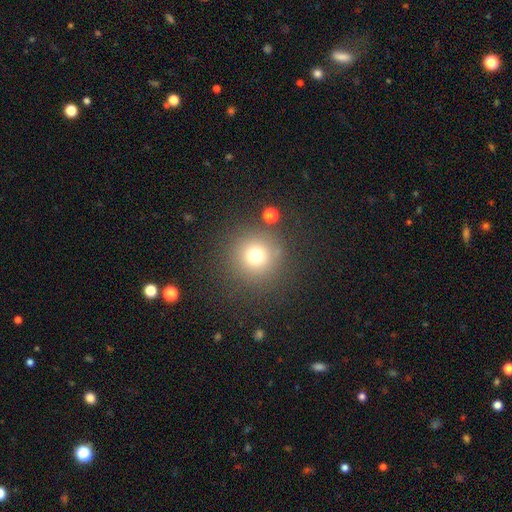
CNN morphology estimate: A smooth galaxy with no disk features (73%) that is round (95%).

Vote fractions:
- Smooth or featured? smooth: 73% / star or artifact: 17% / featured or disk: 10%
- How rounded? round: 95% / in between: 4% / cigar-shaped: 1%
- Merging? none: 84% / minor disturbance: 7% / major disturbance: 4% / merger: 4%